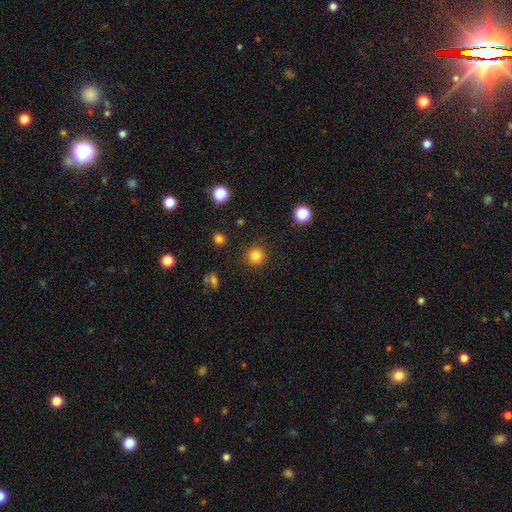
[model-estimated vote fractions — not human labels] A smooth galaxy with no disk features (83%) that is round (94%).

Vote fractions:
- Smooth or featured? smooth: 83% / star or artifact: 13% / featured or disk: 5%
- How rounded? round: 94% / in between: 5% / cigar-shaped: 1%
- Merging? none: 90% / minor disturbance: 6% / major disturbance: 2% / merger: 2%